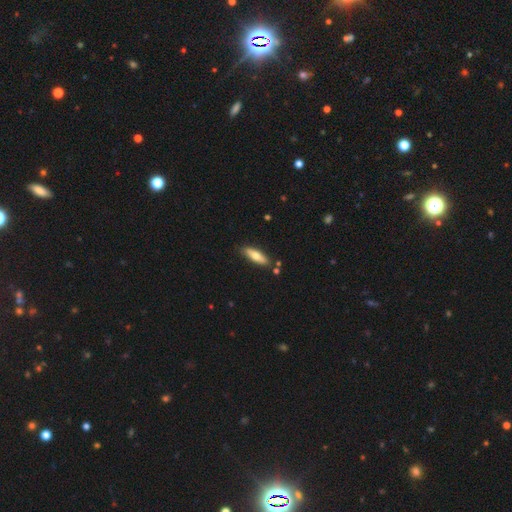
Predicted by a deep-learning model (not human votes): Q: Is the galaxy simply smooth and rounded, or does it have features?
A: smooth — 67%.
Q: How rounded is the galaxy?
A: cigar-shaped — 54%.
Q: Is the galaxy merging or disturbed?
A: none — 83%.